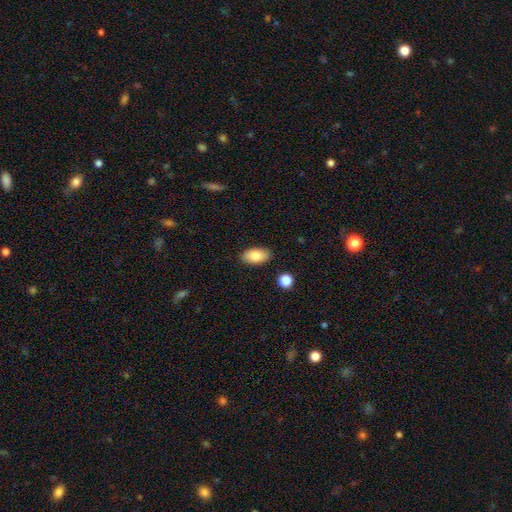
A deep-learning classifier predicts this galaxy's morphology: Q: Smooth or featured?
A: smooth (82%); runner-up: featured or disk (11%)
Q: How rounded?
A: in between (93%); runner-up: round (4%)
Q: Merging?
A: none (87%); runner-up: minor disturbance (9%)